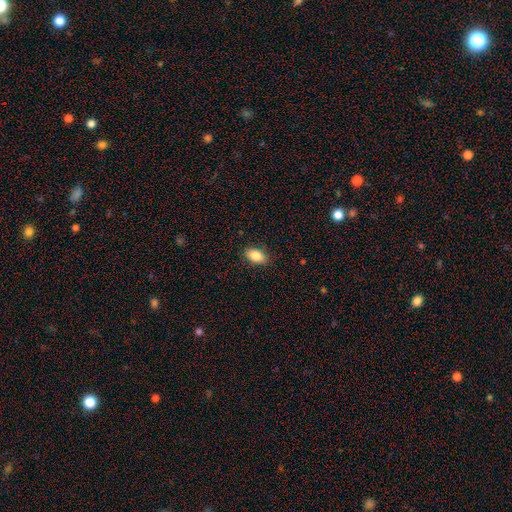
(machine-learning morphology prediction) A smooth galaxy with no disk features (86%) that is in between round and cigar-shaped (90%). Merging: none (87%).